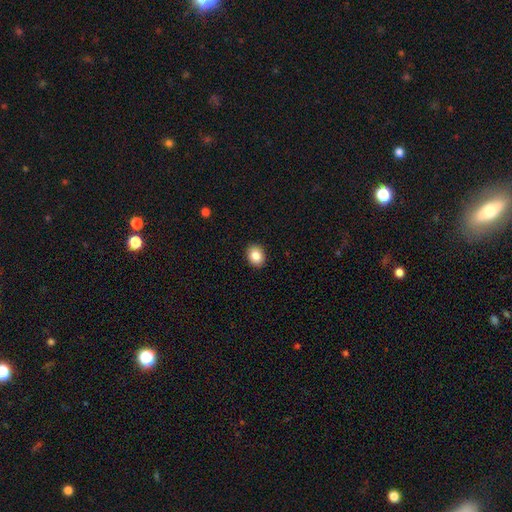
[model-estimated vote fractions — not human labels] Smooth or featured?
  - smooth: 86% *
  - star or artifact: 9%
  - featured or disk: 6%
How rounded?
  - in between: 51% *
  - round: 48%
  - cigar-shaped: 1%
Merging?
  - none: 91% *
  - minor disturbance: 6%
  - major disturbance: 2%
  - merger: 1%